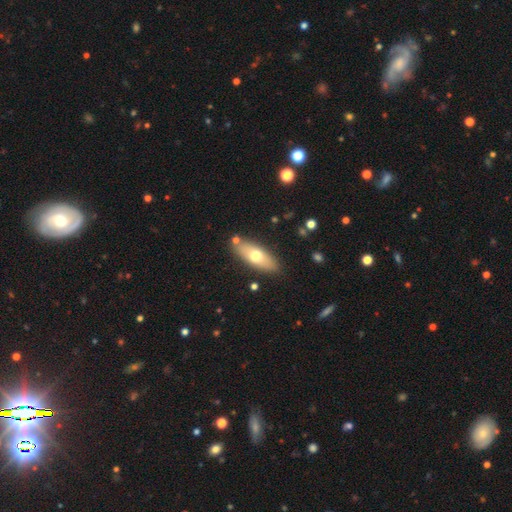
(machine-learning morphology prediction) Smooth or featured: smooth — 64% (featured or disk — 30%)
How rounded: in between — 70% (cigar-shaped — 27%)
Merging: none — 83% (minor disturbance — 10%)